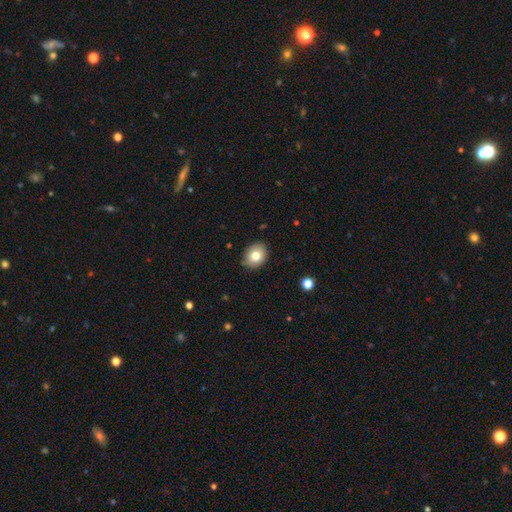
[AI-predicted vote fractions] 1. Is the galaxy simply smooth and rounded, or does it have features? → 79% smooth, 12% featured or disk, 9% star or artifact.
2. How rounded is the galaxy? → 53% in between, 47% round, 1% cigar-shaped.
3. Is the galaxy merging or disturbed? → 85% none, 11% minor disturbance, 2% major disturbance, 1% merger.